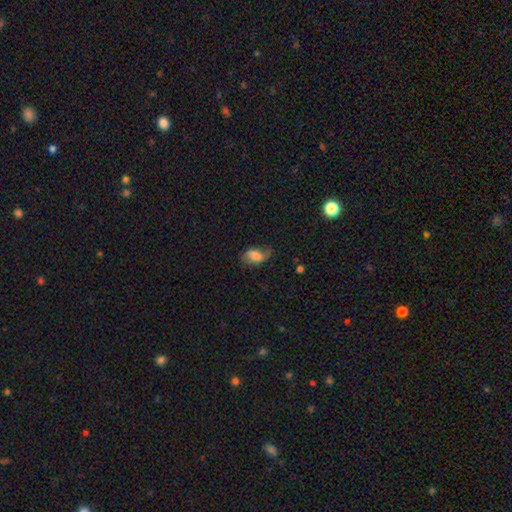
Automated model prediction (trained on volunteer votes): Smooth or featured?
  - smooth: 64% *
  - featured or disk: 27%
  - star or artifact: 9%
How rounded?
  - in between: 89% *
  - round: 8%
  - cigar-shaped: 3%
Merging?
  - none: 50% *
  - minor disturbance: 32%
  - major disturbance: 16%
  - merger: 2%